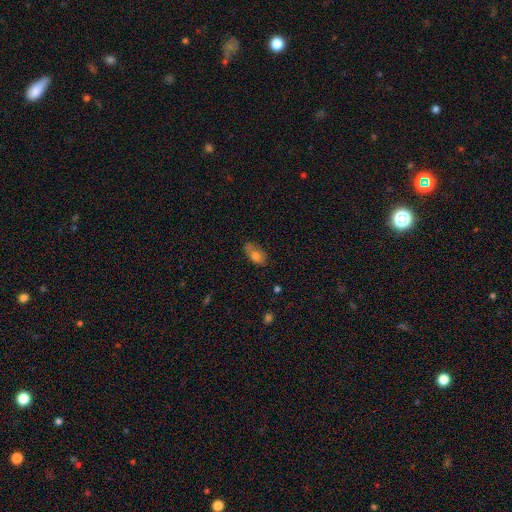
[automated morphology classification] Smooth or featured?
  - smooth: 73% *
  - featured or disk: 19%
  - star or artifact: 8%
How rounded?
  - in between: 90% *
  - round: 6%
  - cigar-shaped: 4%
Merging?
  - none: 61% *
  - minor disturbance: 29%
  - major disturbance: 8%
  - merger: 3%